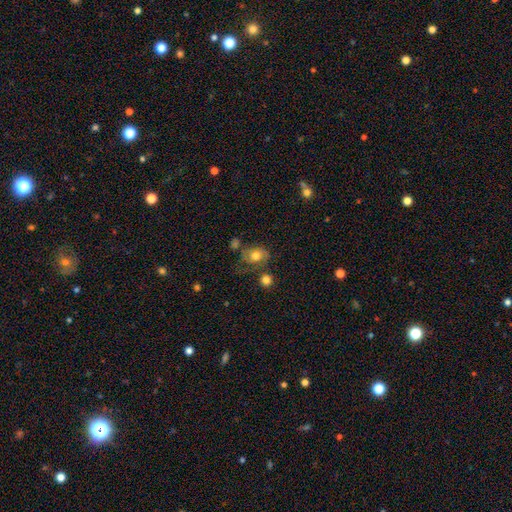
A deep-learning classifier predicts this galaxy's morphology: This appears to be a smooth galaxy with no disk features (67%) that is in between round and cigar-shaped (56%). Merging: none (47%).